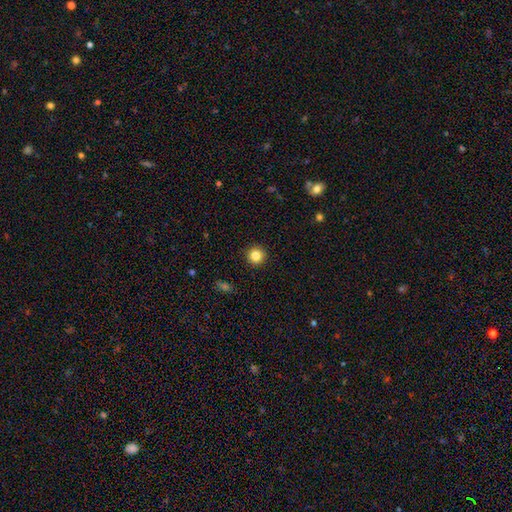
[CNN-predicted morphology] A smooth galaxy with no disk features (84%) that is round (95%).

Vote fractions:
- Smooth or featured? smooth: 84% / star or artifact: 11% / featured or disk: 5%
- How rounded? round: 95% / in between: 4% / cigar-shaped: 1%
- Merging? none: 93% / minor disturbance: 4% / major disturbance: 1% / merger: 1%